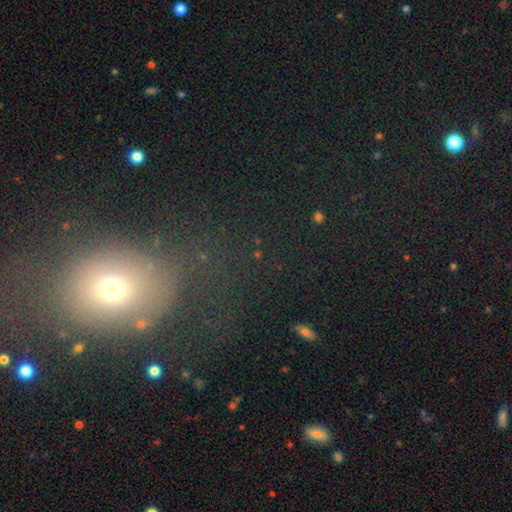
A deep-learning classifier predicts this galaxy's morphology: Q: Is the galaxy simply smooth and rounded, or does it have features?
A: smooth — 52%.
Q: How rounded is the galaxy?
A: round — 61%.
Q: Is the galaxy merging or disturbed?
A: none — 63%.